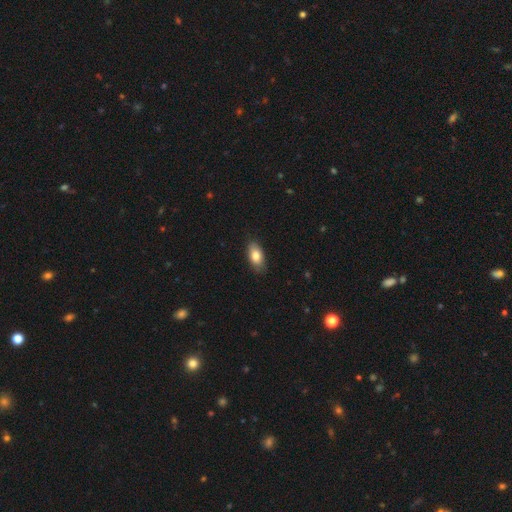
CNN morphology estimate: type=smooth (82%); roundness=in between (90%); merging=none (84%).